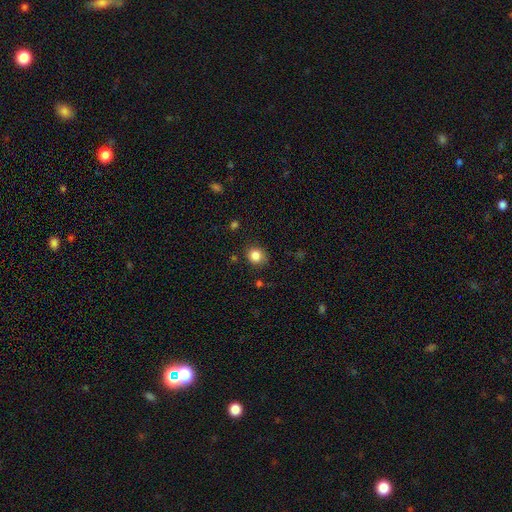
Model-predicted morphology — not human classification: smooth-or-featured: smooth: 85% | star or artifact: 10% | featured or disk: 5%
  how-rounded: round: 79% | in between: 20% | cigar-shaped: 1%
  merging: none: 81% | minor disturbance: 13% | major disturbance: 4% | merger: 2%